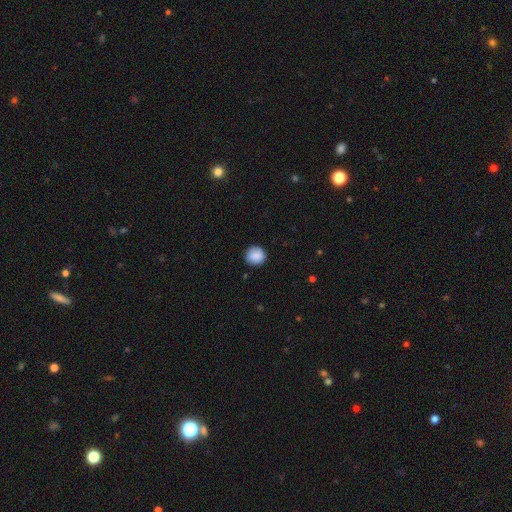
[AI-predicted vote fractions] smooth 88%, star or artifact 8%, featured or disk 4%. Down the decision tree: how rounded — round (93%); merging — none (89%).